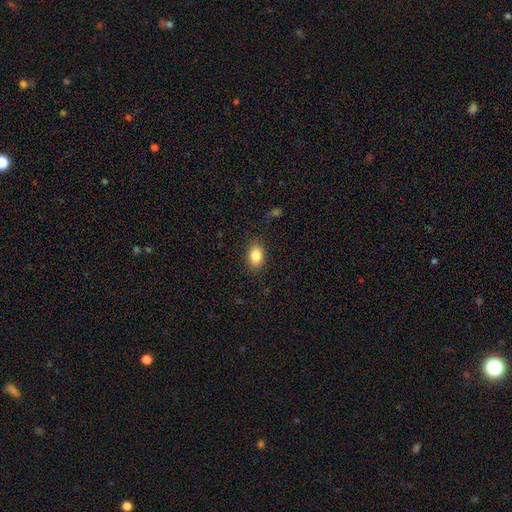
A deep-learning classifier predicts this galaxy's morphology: This appears to be a smooth galaxy with no disk features (84%) that is in between round and cigar-shaped (83%). Merging: none (86%).